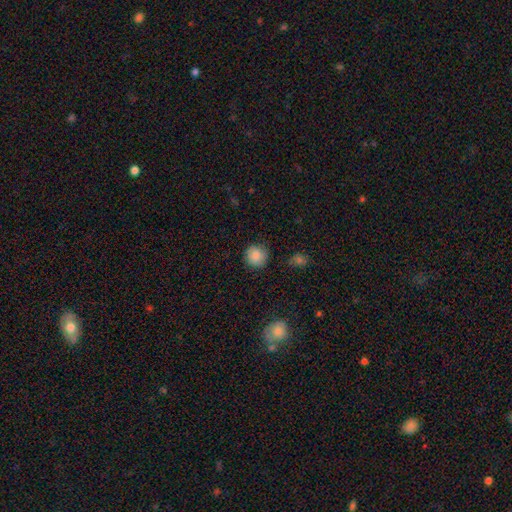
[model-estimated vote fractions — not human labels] smooth 86%, star or artifact 9%, featured or disk 5%. Down the decision tree: how rounded — round (92%); merging — none (85%).